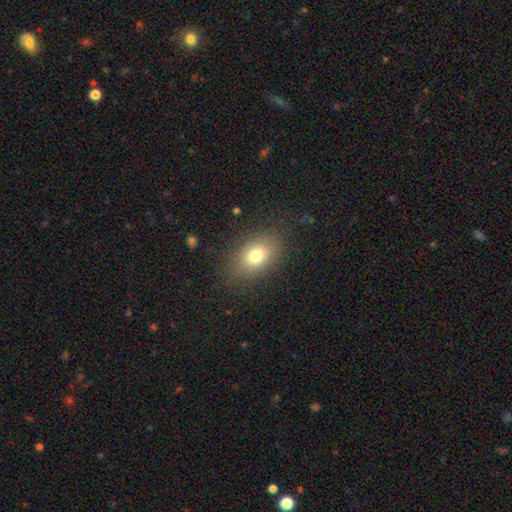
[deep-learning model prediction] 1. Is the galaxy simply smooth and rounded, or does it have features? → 76% smooth, 13% featured or disk, 11% star or artifact.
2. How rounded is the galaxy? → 77% in between, 21% round, 2% cigar-shaped.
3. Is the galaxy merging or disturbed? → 82% none, 12% minor disturbance, 5% major disturbance, 1% merger.